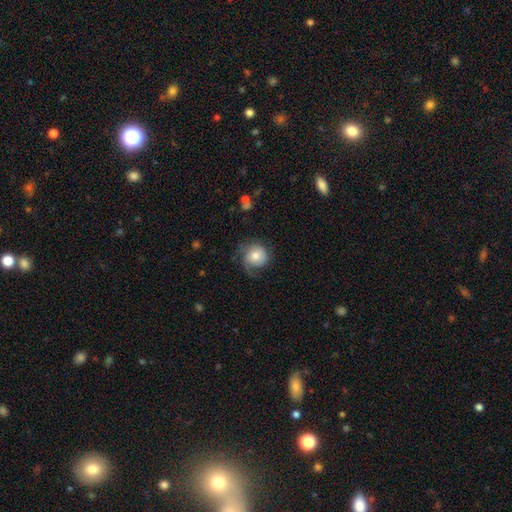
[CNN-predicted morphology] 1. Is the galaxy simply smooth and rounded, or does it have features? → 63% smooth, 29% featured or disk, 8% star or artifact.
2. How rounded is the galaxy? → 87% round, 12% in between, 1% cigar-shaped.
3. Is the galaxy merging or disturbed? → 54% none, 26% minor disturbance, 18% major disturbance, 2% merger.